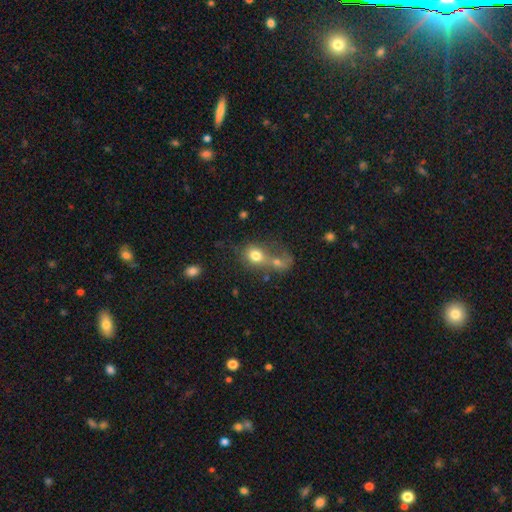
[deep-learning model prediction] The model was most divided on "how rounded": round: 50%, in between: 49%, cigar-shaped: 2%. More confident: smooth or featured — smooth (75%); merging — merger (56%).